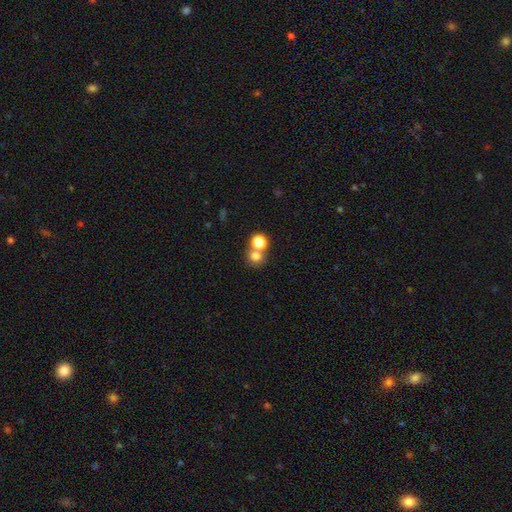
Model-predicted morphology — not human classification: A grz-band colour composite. It shows a smooth galaxy with no disk features (74%) that is round (82%). Merging: none (51%).